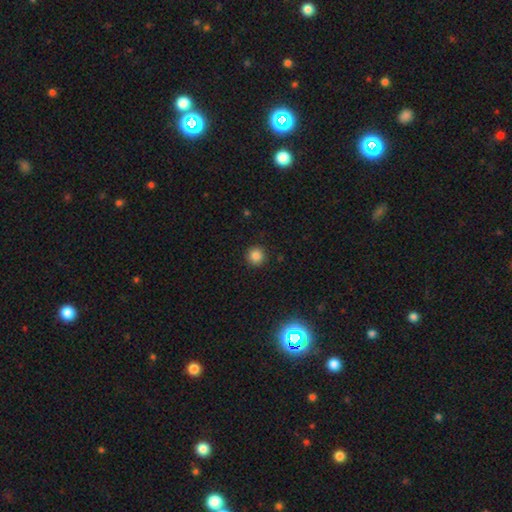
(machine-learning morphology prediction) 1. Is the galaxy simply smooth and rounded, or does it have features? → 84% smooth, 12% star or artifact, 4% featured or disk.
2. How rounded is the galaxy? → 95% round, 4% in between, 1% cigar-shaped.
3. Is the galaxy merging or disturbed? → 92% none, 5% minor disturbance, 2% major disturbance, 1% merger.